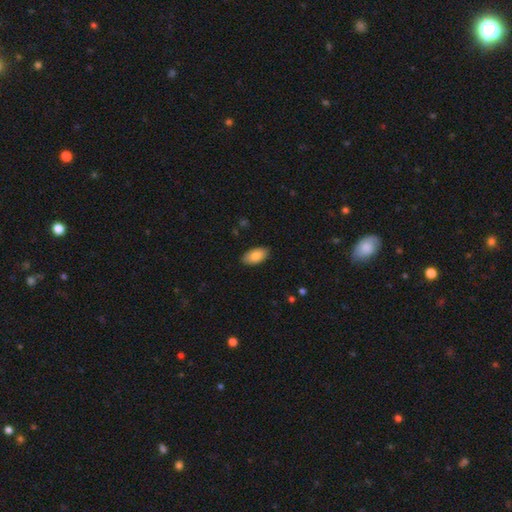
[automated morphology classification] This is clearly a smooth galaxy (84%). How rounded: clearly in between (94%). Merging: clearly none (88%).